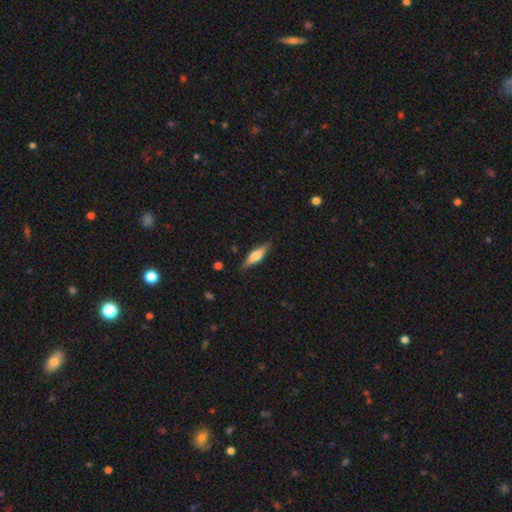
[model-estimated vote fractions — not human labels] A smooth galaxy with no disk features (49%).

Vote fractions:
- Smooth or featured? smooth: 49% / featured or disk: 45% / star or artifact: 6%
- Merging? none: 85% / minor disturbance: 11% / major disturbance: 3% / merger: 1%